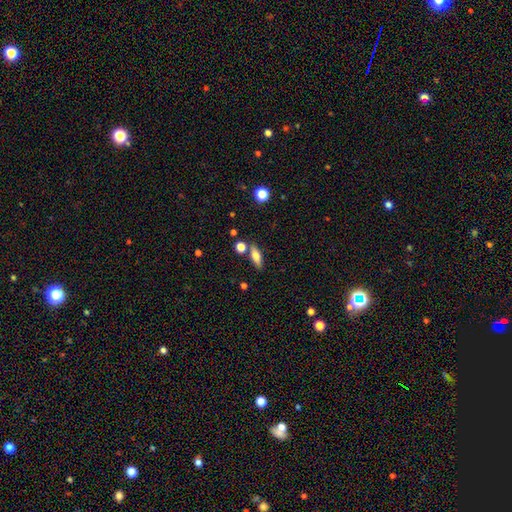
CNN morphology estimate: Smooth or featured?
  - smooth: 66% *
  - featured or disk: 26%
  - star or artifact: 9%
How rounded?
  - in between: 59% *
  - cigar-shaped: 36%
  - round: 5%
Merging?
  - none: 76% *
  - minor disturbance: 11%
  - merger: 10%
  - major disturbance: 3%